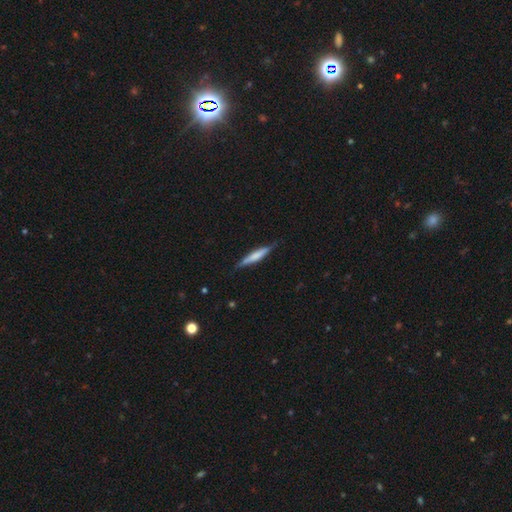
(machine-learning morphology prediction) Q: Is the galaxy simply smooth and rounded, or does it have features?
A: smooth — 52%.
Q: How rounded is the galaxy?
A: cigar-shaped — 91%.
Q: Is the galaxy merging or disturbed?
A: none — 83%.